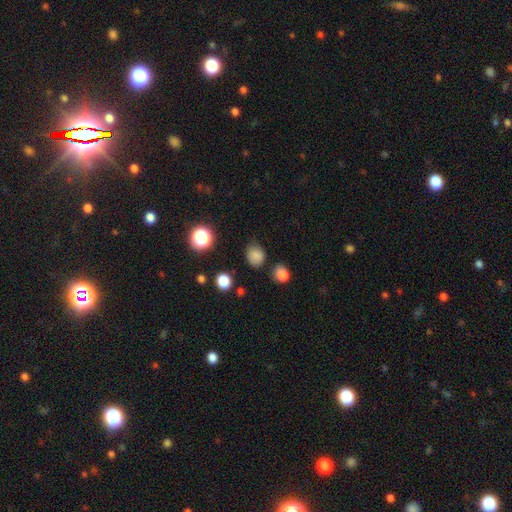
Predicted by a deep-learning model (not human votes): The model was most divided on "how rounded": round: 62%, in between: 37%, cigar-shaped: 1%. More confident: smooth or featured — smooth (81%); merging — none (76%).